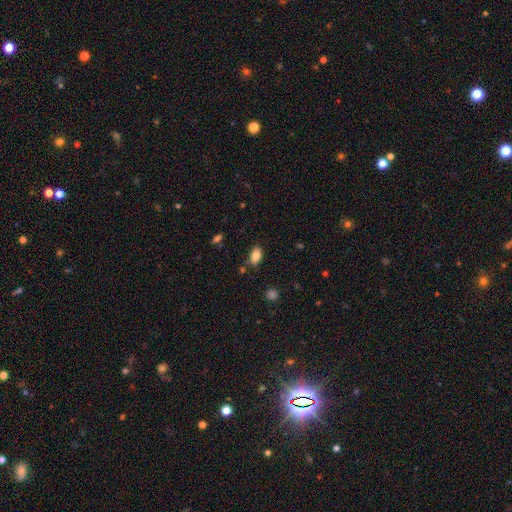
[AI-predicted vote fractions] A smooth galaxy with no disk features (85%) that is in between round and cigar-shaped (91%).

Vote fractions:
- Smooth or featured? smooth: 85% / star or artifact: 9% / featured or disk: 6%
- How rounded? in between: 91% / round: 6% / cigar-shaped: 3%
- Merging? none: 80% / minor disturbance: 14% / merger: 4% / major disturbance: 3%